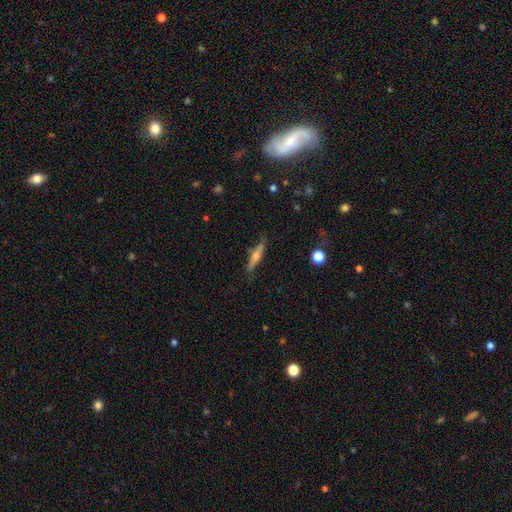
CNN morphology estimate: type=featured or disk (57%); edge-on=yes (94%); edge-on bulge=rounded (87%); merging=none (82%).